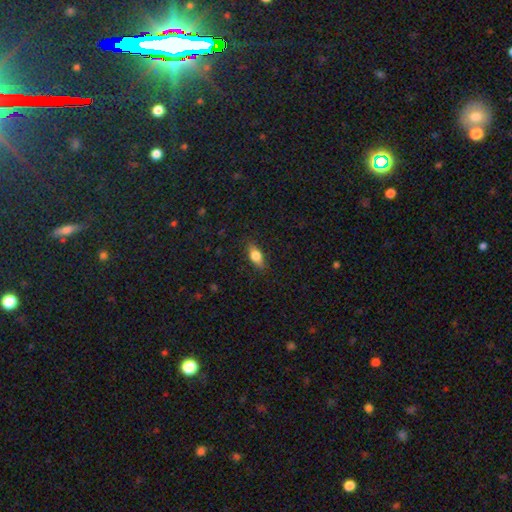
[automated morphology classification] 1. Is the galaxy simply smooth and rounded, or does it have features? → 75% smooth, 17% featured or disk, 8% star or artifact.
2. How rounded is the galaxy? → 79% in between, 17% cigar-shaped, 5% round.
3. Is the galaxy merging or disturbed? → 85% none, 11% minor disturbance, 3% major disturbance, 1% merger.